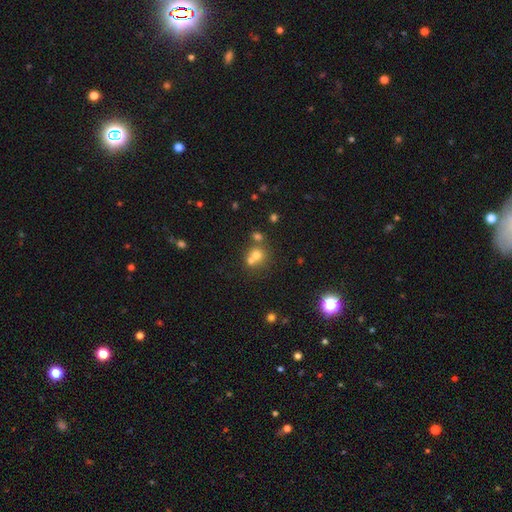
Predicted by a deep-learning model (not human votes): smooth-or-featured: smooth: 68% | featured or disk: 16% | star or artifact: 16%
  how-rounded: round: 83% | in between: 16% | cigar-shaped: 1%
  merging: merger: 48% | none: 42% | minor disturbance: 7% | major disturbance: 3%